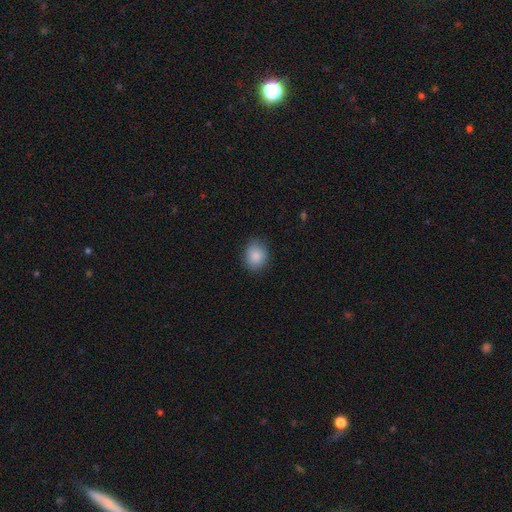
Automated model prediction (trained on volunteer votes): Q: Smooth or featured?
A: smooth (87%); runner-up: star or artifact (8%)
Q: How rounded?
A: round (60%); runner-up: in between (39%)
Q: Merging?
A: none (86%); runner-up: minor disturbance (11%)